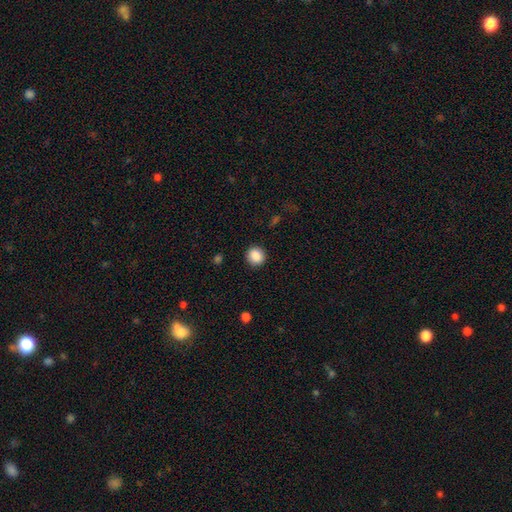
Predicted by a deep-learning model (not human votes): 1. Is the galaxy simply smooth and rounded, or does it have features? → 88% smooth, 9% star or artifact, 3% featured or disk.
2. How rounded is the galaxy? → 90% round, 9% in between, 1% cigar-shaped.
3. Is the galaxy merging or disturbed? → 91% none, 6% minor disturbance, 2% major disturbance, 1% merger.